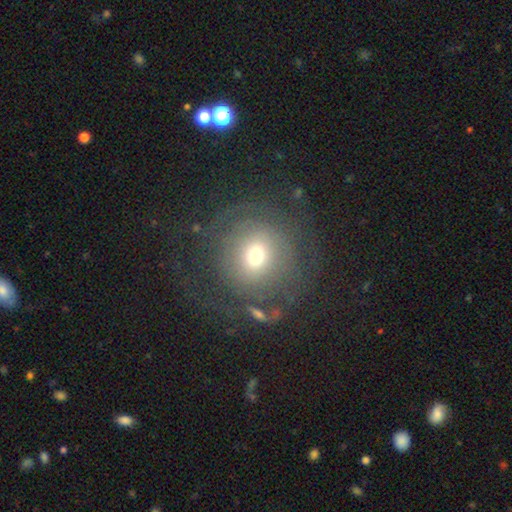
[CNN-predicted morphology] A featured or disk galaxy (43%, tied with smooth). Merging: none (64%).